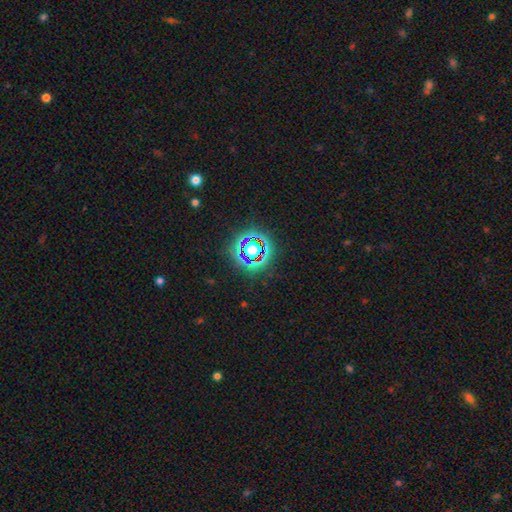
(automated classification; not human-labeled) smooth-or-featured: star or artifact: 79% | smooth: 13% | featured or disk: 9%